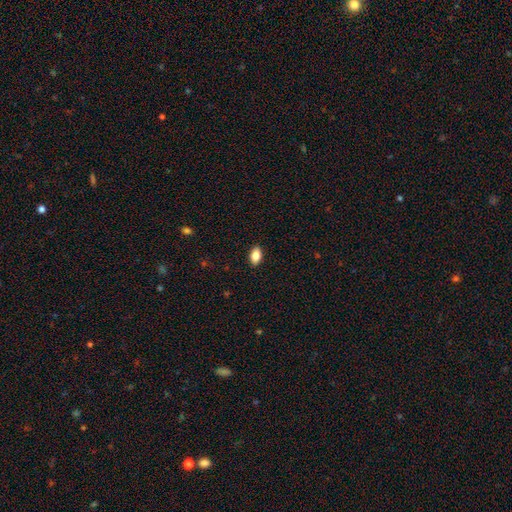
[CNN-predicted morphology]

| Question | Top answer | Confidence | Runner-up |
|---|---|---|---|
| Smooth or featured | smooth | 86% | star or artifact (8%) |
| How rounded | in between | 91% | round (6%) |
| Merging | none | 90% | minor disturbance (8%) |